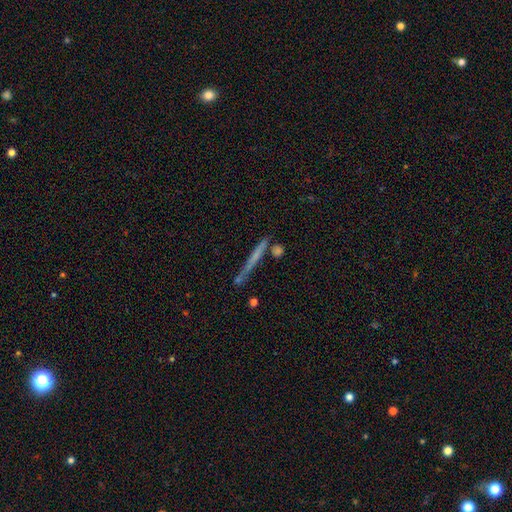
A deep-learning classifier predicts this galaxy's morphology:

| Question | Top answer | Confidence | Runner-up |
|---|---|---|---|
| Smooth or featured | featured or disk | 49% | smooth (42%) |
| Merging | none | 73% | minor disturbance (13%) |